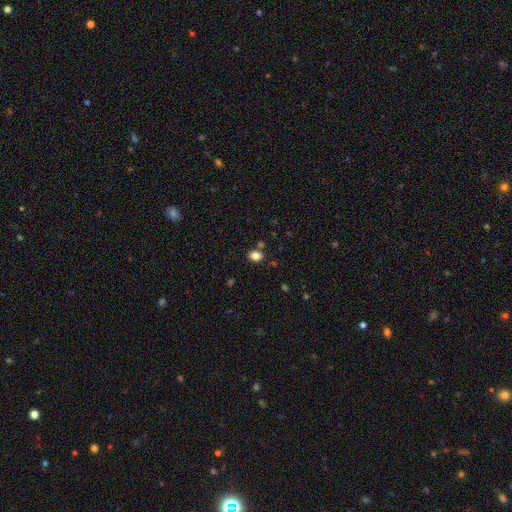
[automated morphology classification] smooth-or-featured: smooth: 83% | star or artifact: 12% | featured or disk: 5%
  how-rounded: in between: 62% | round: 37% | cigar-shaped: 1%
  merging: none: 80% | minor disturbance: 11% | merger: 7% | major disturbance: 3%